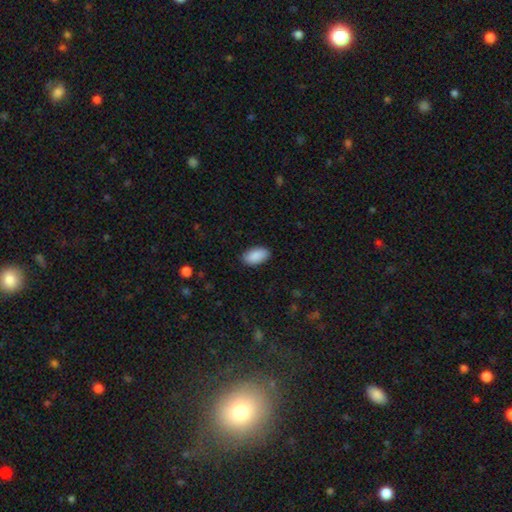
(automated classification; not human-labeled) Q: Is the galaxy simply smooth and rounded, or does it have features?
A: smooth — 90%.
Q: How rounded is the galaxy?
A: in between — 95%.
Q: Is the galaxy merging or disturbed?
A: none — 88%.